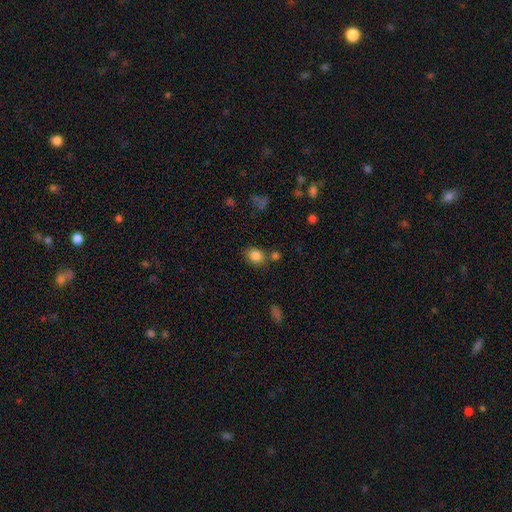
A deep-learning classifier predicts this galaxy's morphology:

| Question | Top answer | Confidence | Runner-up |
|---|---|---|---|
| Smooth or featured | smooth | 84% | star or artifact (10%) |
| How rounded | round | 54% | in between (45%) |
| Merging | none | 72% | minor disturbance (13%) |